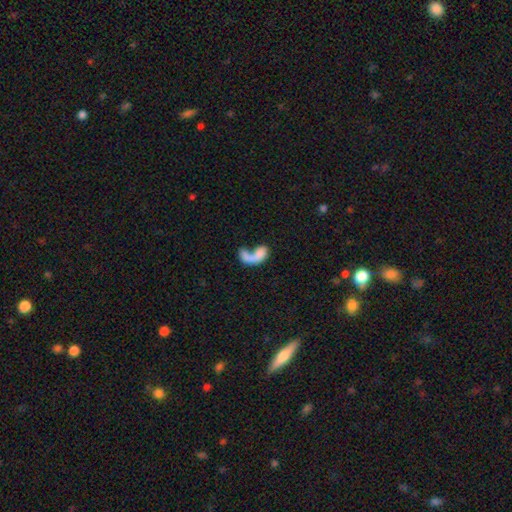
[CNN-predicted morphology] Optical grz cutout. It shows a smooth galaxy with no disk features (57%) that is in between round and cigar-shaped (76%). Merging: merger (40%).